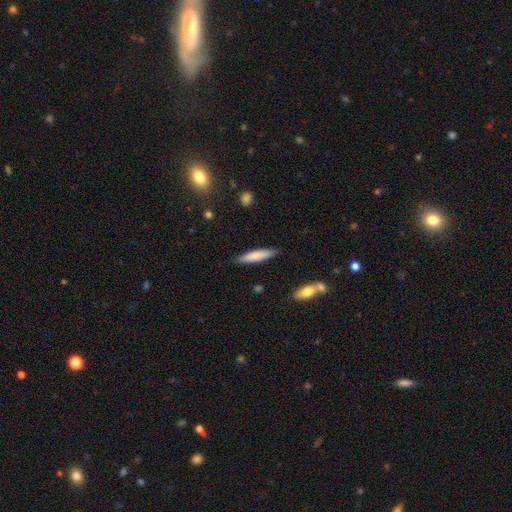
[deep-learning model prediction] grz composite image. It shows a smooth galaxy with no disk features (79%) that is cigar-shaped (80%). Merging: none (86%).